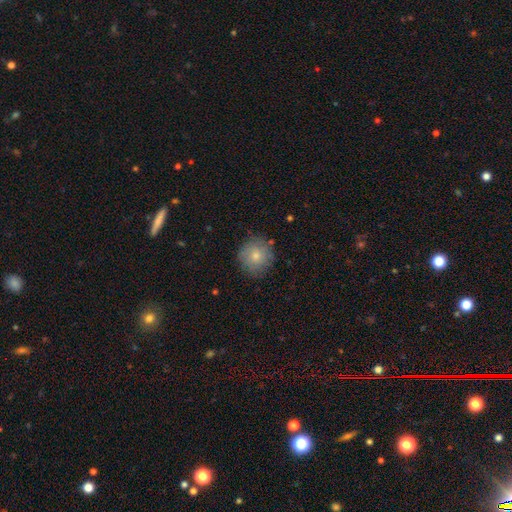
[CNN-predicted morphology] Q: Smooth or featured?
A: smooth (76%); runner-up: featured or disk (16%)
Q: How rounded?
A: round (92%); runner-up: in between (7%)
Q: Merging?
A: none (82%); runner-up: minor disturbance (13%)